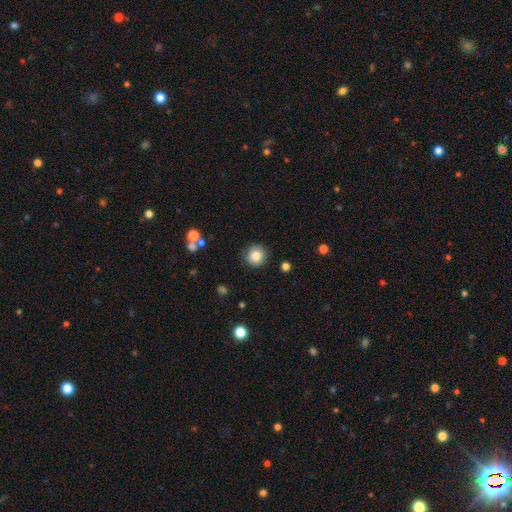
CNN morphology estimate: smooth_or_featured: smooth (p=0.84) [alt: star or artifact p=0.10]
how_rounded: round (p=0.94) [alt: in between p=0.05]
merging: none (p=0.88) [alt: minor disturbance p=0.08]